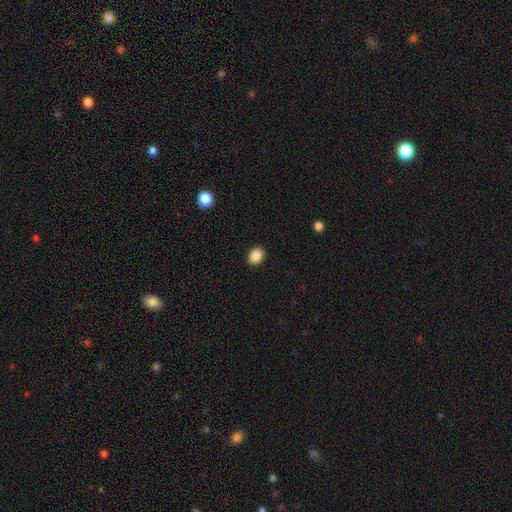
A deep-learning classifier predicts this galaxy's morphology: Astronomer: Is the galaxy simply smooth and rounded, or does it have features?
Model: smooth — 87%.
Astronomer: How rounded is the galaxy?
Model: in between — 56% (runner-up: round, 43%).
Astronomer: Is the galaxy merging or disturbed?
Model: none — 91%.